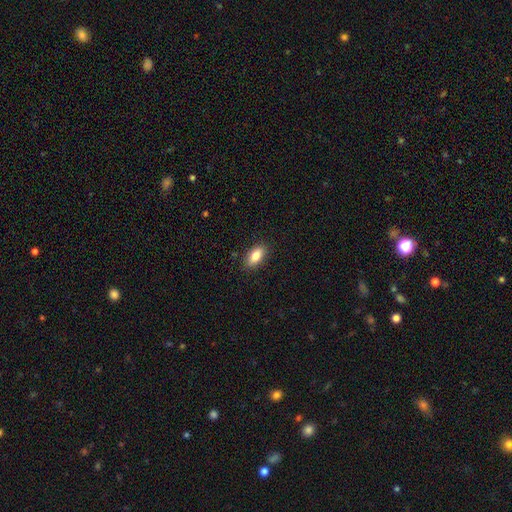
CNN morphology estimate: Overall: smooth (82%). How rounded: in between (88%). Merging: none (88%).